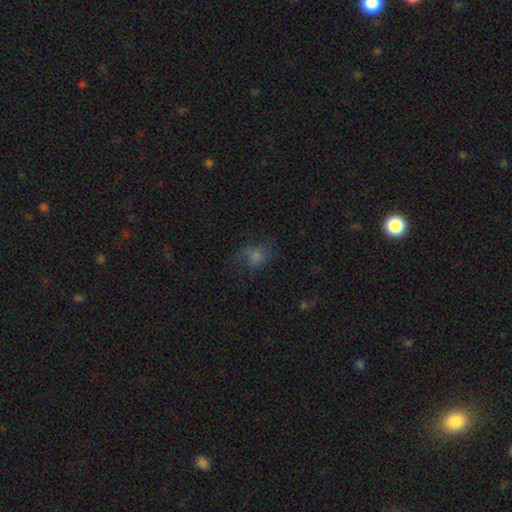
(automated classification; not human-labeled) smooth-or-featured: smooth: 61% | star or artifact: 21% | featured or disk: 18%
  how-rounded: round: 55% | in between: 44% | cigar-shaped: 2%
  merging: none: 51% | major disturbance: 24% | minor disturbance: 23% | merger: 2%